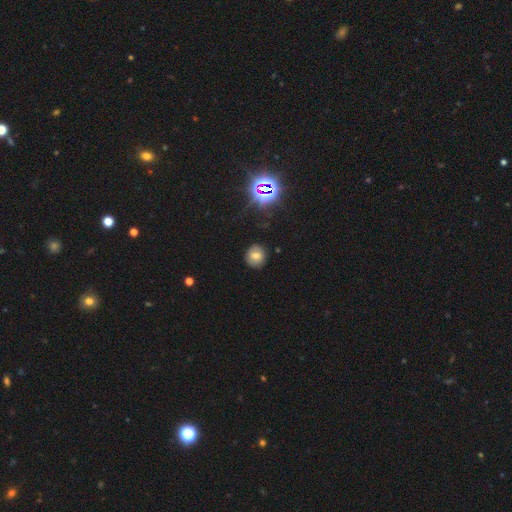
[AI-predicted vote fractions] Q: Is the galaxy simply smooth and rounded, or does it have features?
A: smooth — 66%.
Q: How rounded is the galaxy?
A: round — 81%.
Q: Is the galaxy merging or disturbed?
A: none — 87%.